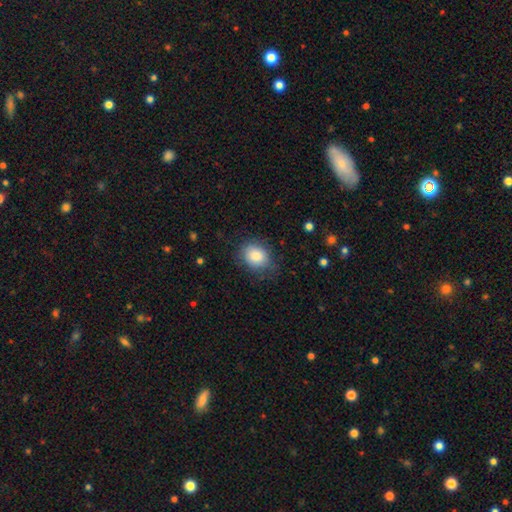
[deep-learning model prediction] smooth 83%, star or artifact 8%, featured or disk 8%. Down the decision tree: how rounded — round (55%); merging — none (75%).